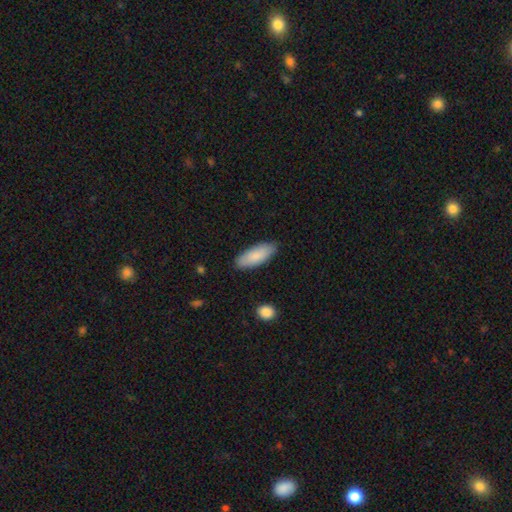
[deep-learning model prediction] Smooth or featured: smooth — 87% (featured or disk — 8%)
How rounded: in between — 73% (cigar-shaped — 25%)
Merging: none — 86% (minor disturbance — 11%)